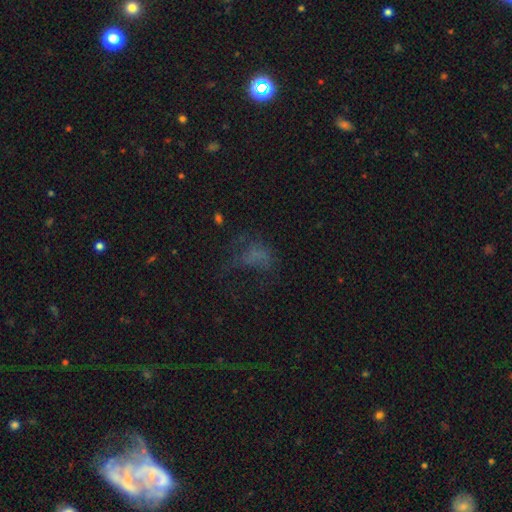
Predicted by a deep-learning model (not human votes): This appears to be a smooth galaxy with no disk features (41%). Merging: major disturbance (47%).